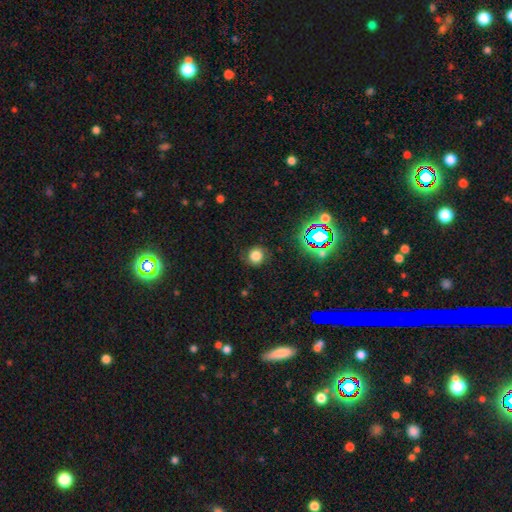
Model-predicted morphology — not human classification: Smooth or featured? smooth (72%)
How rounded? round (87%)
Merging? none (77%)